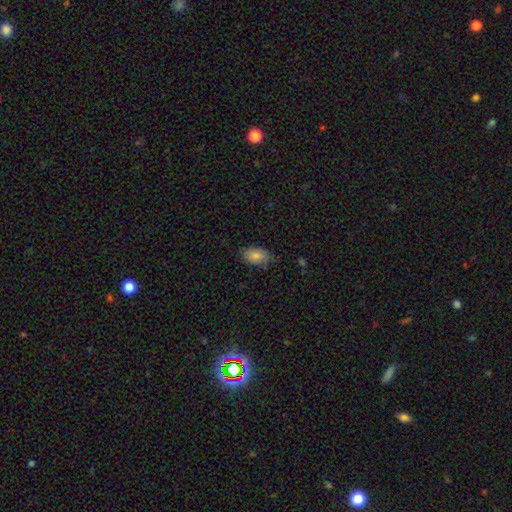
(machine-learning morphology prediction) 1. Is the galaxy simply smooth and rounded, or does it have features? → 83% smooth, 8% featured or disk, 8% star or artifact.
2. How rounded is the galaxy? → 90% in between, 8% round, 2% cigar-shaped.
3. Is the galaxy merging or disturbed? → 80% none, 16% minor disturbance, 3% major disturbance, 1% merger.